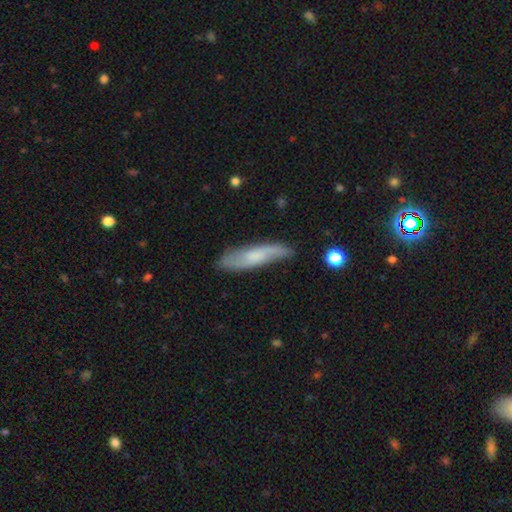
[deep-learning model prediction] This appears to be a smooth galaxy with no disk features (51%) that is cigar-shaped (72%). Merging: none (72%).